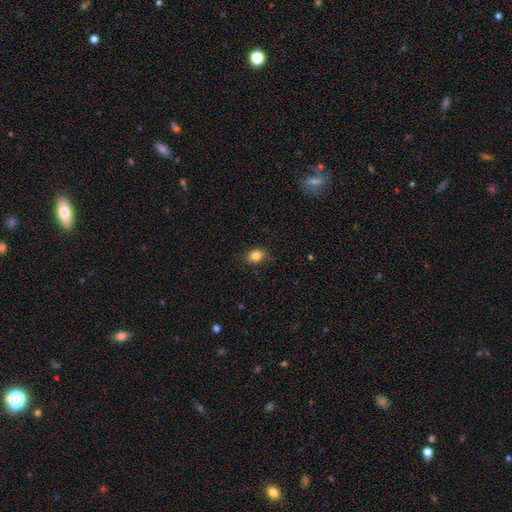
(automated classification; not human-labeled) smooth-or-featured: smooth: 83% | star or artifact: 10% | featured or disk: 7%
  how-rounded: in between: 64% | round: 35% | cigar-shaped: 1%
  merging: none: 80% | minor disturbance: 16% | major disturbance: 3% | merger: 1%